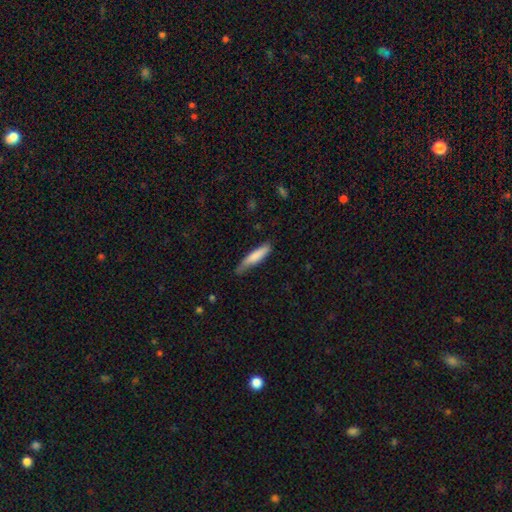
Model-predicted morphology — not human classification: Smooth or featured? smooth (78%)
How rounded? cigar-shaped (83%)
Merging? none (58%)